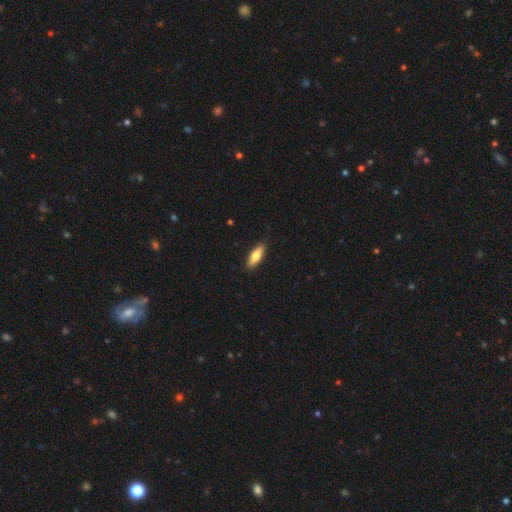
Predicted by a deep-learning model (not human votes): A smooth galaxy with no disk features (74%) that is in between round and cigar-shaped (61%). Merging: none (88%).